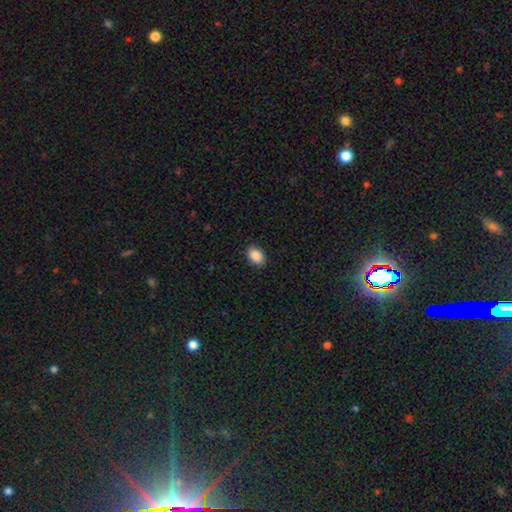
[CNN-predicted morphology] A smooth galaxy with no disk features (89%) that is in between round and cigar-shaped (83%). Merging: none (88%).